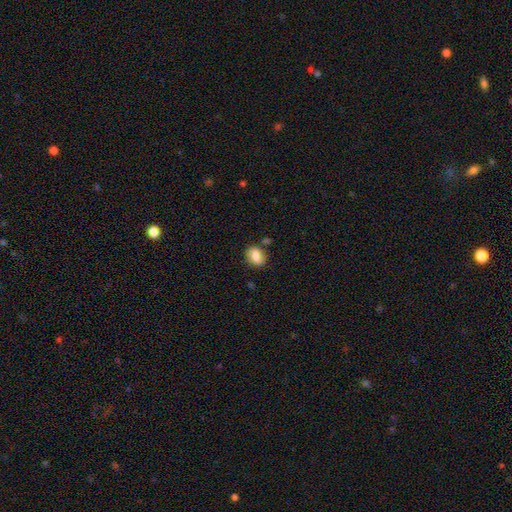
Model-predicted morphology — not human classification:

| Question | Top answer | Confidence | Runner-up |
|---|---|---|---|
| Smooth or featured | smooth | 78% | featured or disk (13%) |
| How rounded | in between | 62% | round (37%) |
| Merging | none | 69% | minor disturbance (18%) |